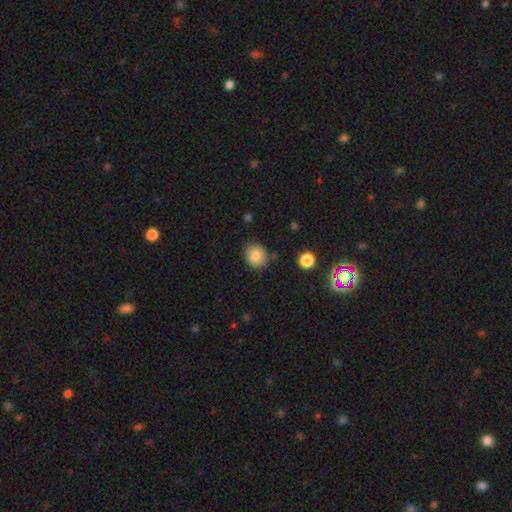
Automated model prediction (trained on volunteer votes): The model was most divided on "how rounded": round: 71%, in between: 28%, cigar-shaped: 1%. More confident: smooth or featured — smooth (82%); merging — none (82%).